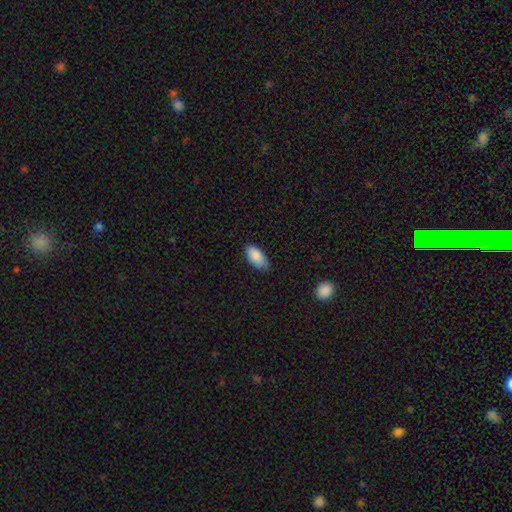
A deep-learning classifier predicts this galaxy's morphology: Overall: smooth (87%). How rounded: in between (92%). Merging: none (75%).